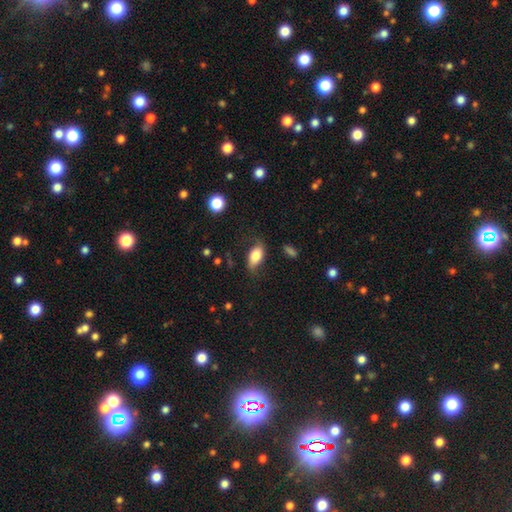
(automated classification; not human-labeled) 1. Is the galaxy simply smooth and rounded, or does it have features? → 65% smooth, 28% featured or disk, 7% star or artifact.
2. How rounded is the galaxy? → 88% in between, 7% round, 5% cigar-shaped.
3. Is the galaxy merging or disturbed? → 64% none, 24% minor disturbance, 11% major disturbance, 2% merger.